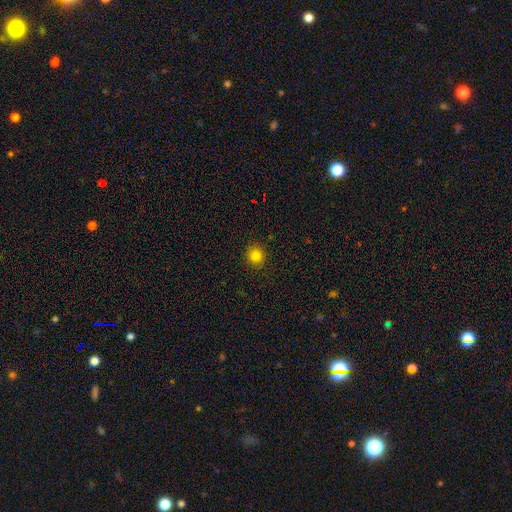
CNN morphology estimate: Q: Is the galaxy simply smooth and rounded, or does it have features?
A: smooth — 82%.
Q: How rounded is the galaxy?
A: round — 89%.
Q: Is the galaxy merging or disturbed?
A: none — 91%.